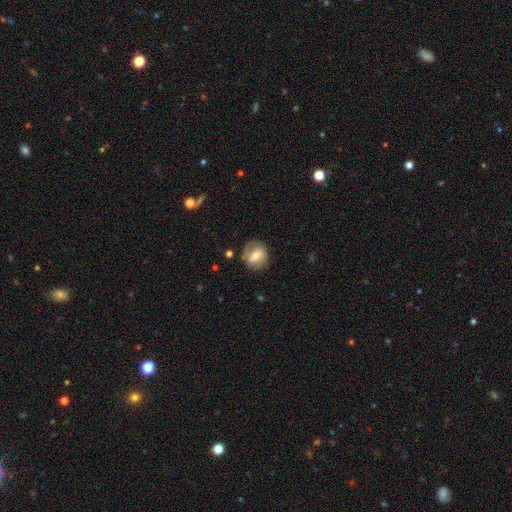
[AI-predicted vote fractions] Overall: featured or disk (51%; smooth 42%). Edge-on disk: no (95%). Merging: none (72%).